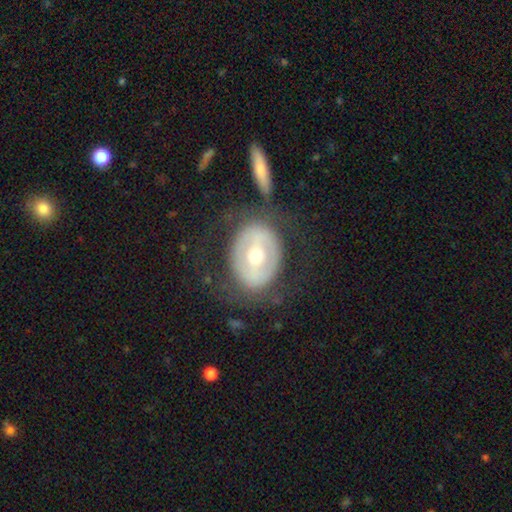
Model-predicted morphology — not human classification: Smooth or featured? featured or disk (62%)
Edge-on disk? no (93%)
Bar? strong (37%)
Spiral arms? no (73%)
Bulge size? moderate (60%)
Merging? none (67%)